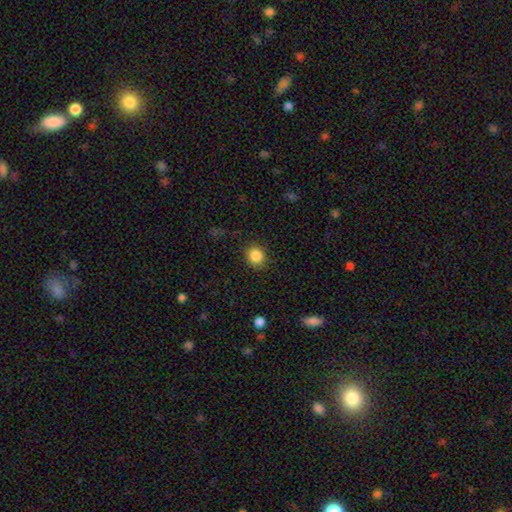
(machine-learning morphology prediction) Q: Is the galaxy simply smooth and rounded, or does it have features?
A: smooth — 86%.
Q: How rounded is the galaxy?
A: round — 81%.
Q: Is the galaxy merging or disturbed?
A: none — 86%.